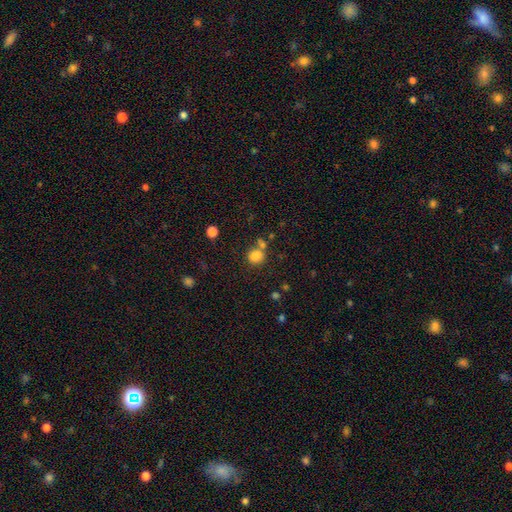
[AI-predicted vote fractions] smooth 78%, star or artifact 14%, featured or disk 8%. Down the decision tree: how rounded — round (65%); merging — none (46%).